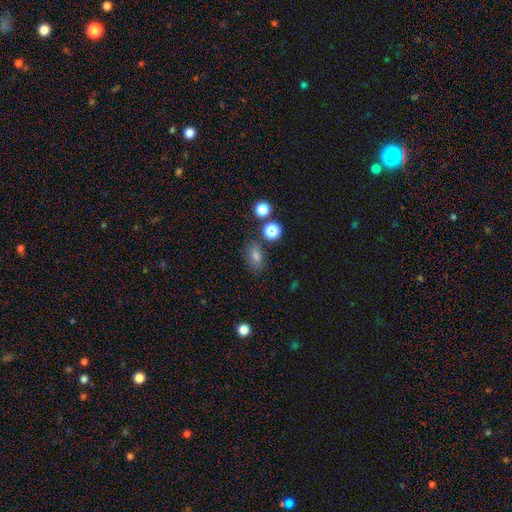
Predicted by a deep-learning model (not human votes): This is likely a smooth galaxy (68%). How rounded: likely in between (74%). Merging: likely none (75%).